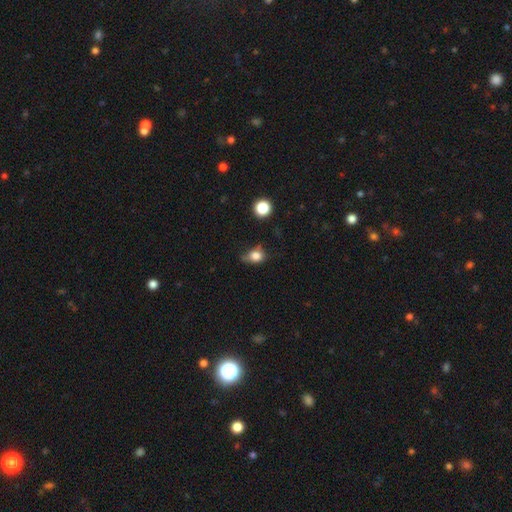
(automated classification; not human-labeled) This appears to be a smooth galaxy with no disk features (79%) that is round (54%). Merging: none (42%).